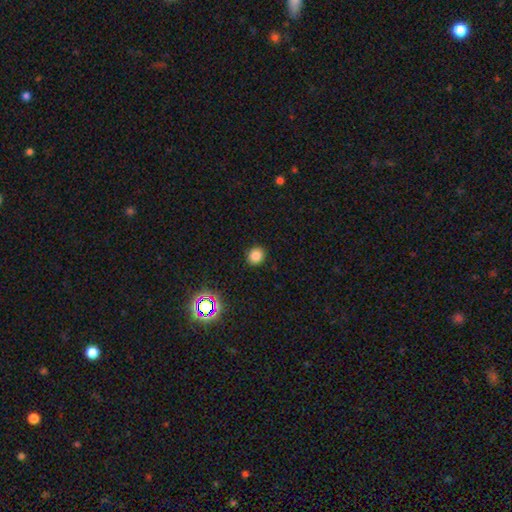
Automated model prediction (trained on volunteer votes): Smooth or featured: smooth — 81% (star or artifact — 14%)
How rounded: round — 85% (in between — 14%)
Merging: none — 90% (minor disturbance — 6%)